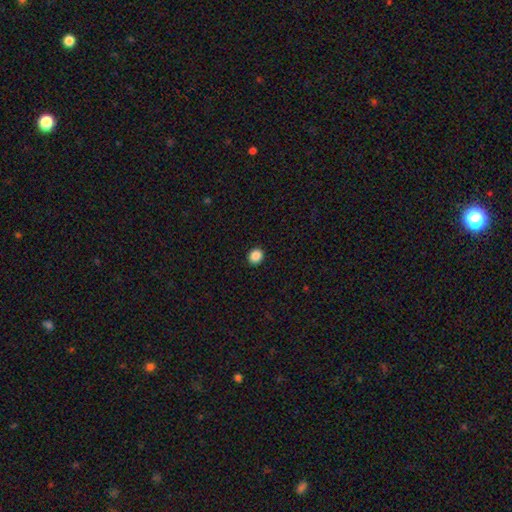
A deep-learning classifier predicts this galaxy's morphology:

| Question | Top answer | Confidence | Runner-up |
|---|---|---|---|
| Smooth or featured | smooth | 87% | star or artifact (10%) |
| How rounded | round | 76% | in between (23%) |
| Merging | none | 93% | minor disturbance (5%) |